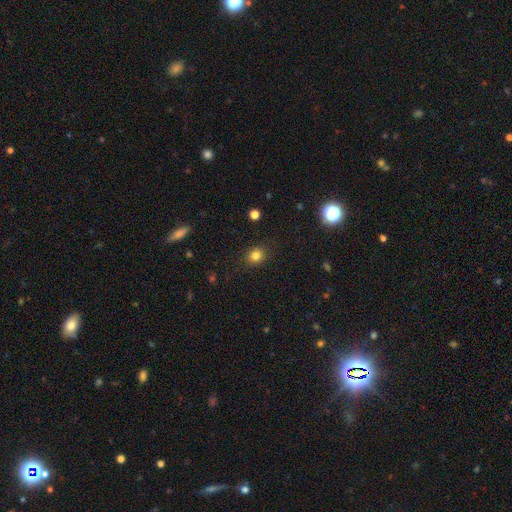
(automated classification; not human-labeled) A smooth galaxy with no disk features (81%) that is round (70%). Merging: none (87%).